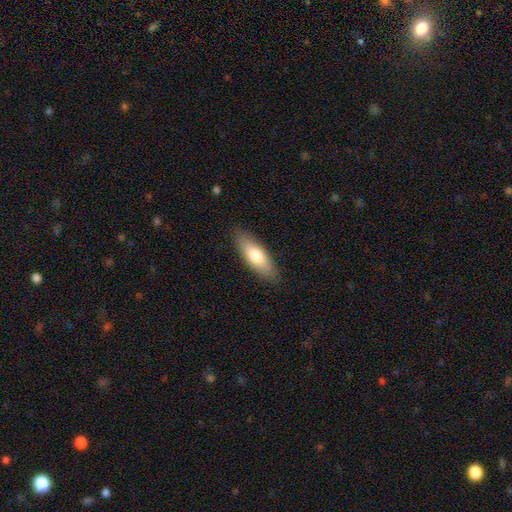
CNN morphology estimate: Q: Smooth or featured?
A: smooth (72%); runner-up: featured or disk (22%)
Q: How rounded?
A: in between (57%); runner-up: cigar-shaped (41%)
Q: Merging?
A: none (88%); runner-up: minor disturbance (9%)